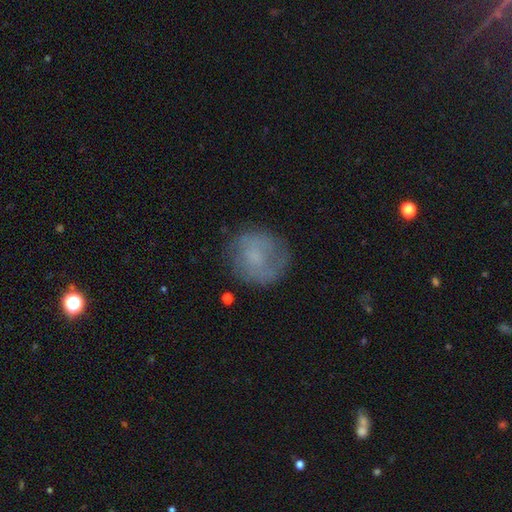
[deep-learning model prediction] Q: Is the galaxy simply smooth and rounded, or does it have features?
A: smooth — 57%.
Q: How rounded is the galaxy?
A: round — 86%.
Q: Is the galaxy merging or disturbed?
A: none — 71%.